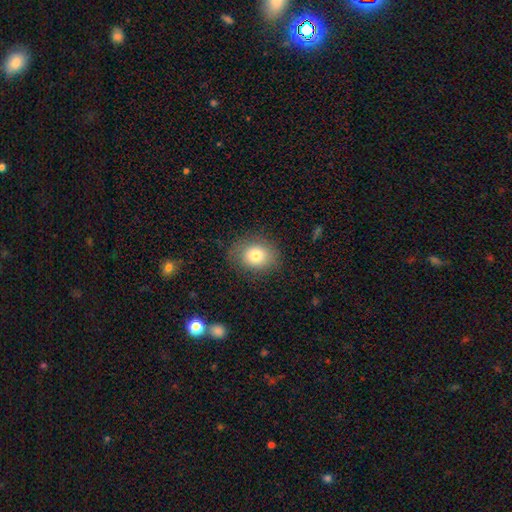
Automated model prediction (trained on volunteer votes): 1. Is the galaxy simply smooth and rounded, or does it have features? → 79% smooth, 11% featured or disk, 10% star or artifact.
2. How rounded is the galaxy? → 59% round, 40% in between, 1% cigar-shaped.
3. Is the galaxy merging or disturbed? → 82% none, 12% minor disturbance, 4% major disturbance, 1% merger.